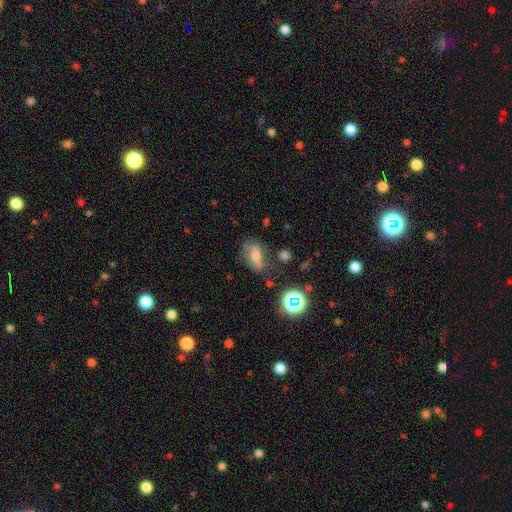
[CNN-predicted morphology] Smooth or featured? smooth (52%)
How rounded? in between (77%)
Merging? none (57%)